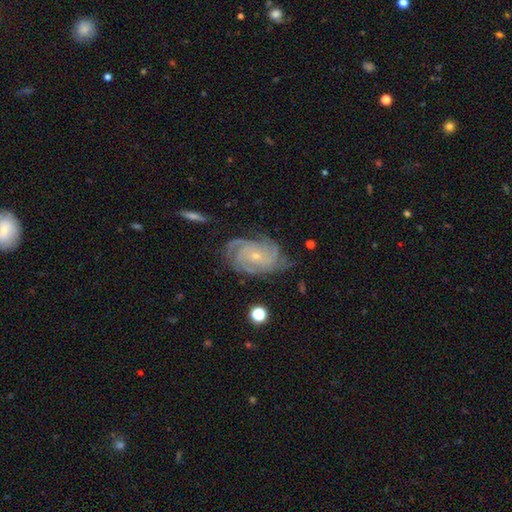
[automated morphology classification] Overall: featured or disk (85%). Edge-on disk: no (97%). Bar: no (73%). Spiral arms: yes (97%). Spiral arm count: 4 (27%; 3 26%). Spiral winding: tight (68%). Bulge size: small (75%). Merging: none (74%).